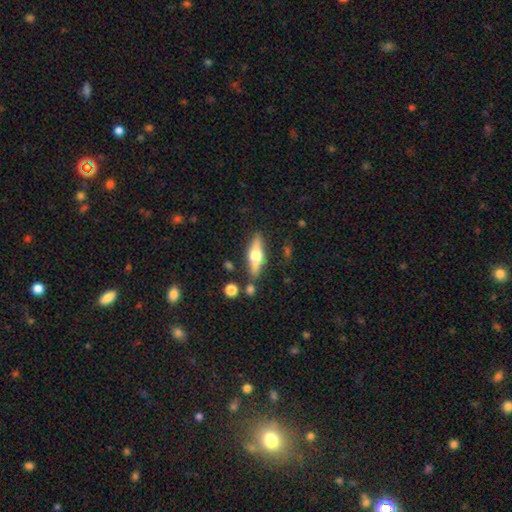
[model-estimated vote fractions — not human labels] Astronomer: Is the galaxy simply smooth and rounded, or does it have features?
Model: featured or disk — 57% (runner-up: smooth, 37%).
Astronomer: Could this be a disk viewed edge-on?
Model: yes — 92%.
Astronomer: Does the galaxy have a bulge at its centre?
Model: rounded — 95%.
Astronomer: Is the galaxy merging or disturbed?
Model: none — 80%.